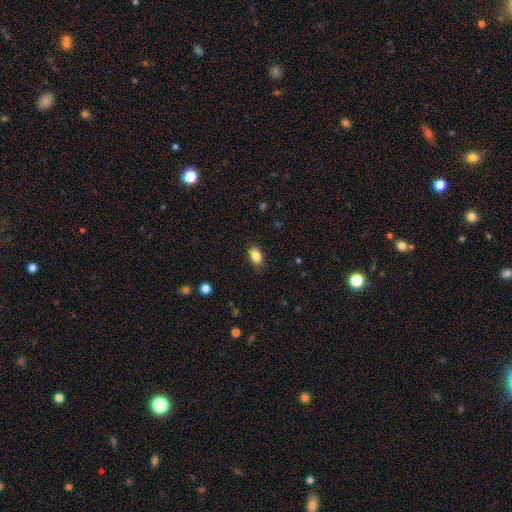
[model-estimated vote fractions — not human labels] Smooth or featured?
  - smooth: 87% *
  - star or artifact: 8%
  - featured or disk: 5%
How rounded?
  - in between: 91% *
  - round: 7%
  - cigar-shaped: 2%
Merging?
  - none: 84% *
  - minor disturbance: 12%
  - major disturbance: 3%
  - merger: 1%